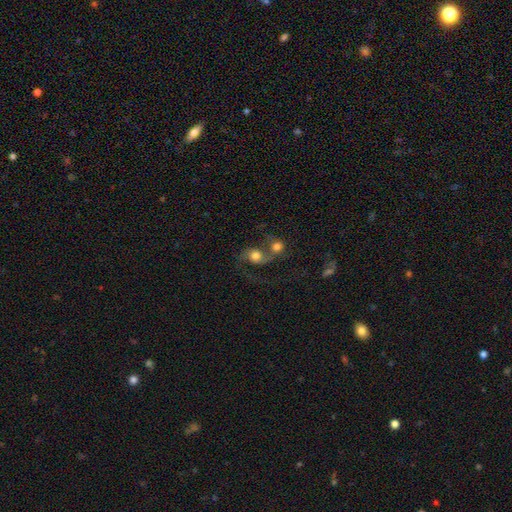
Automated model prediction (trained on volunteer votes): A featured or disk galaxy (50%). Merging: merger (58%).